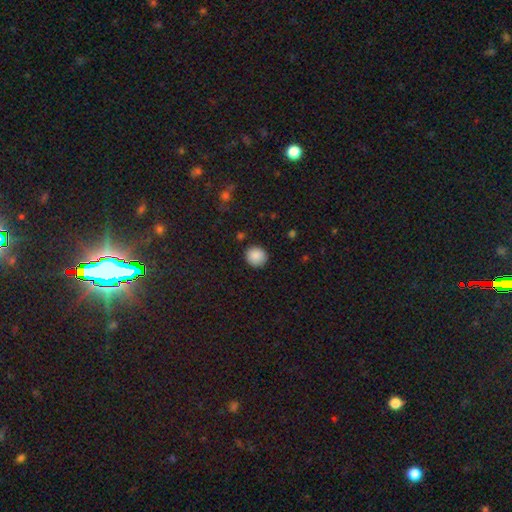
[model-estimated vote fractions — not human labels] Q: Smooth or featured?
A: smooth (88%); runner-up: star or artifact (9%)
Q: How rounded?
A: round (89%); runner-up: in between (10%)
Q: Merging?
A: none (89%); runner-up: minor disturbance (8%)